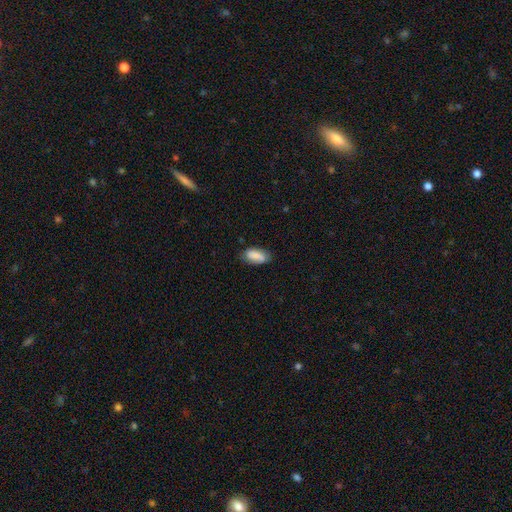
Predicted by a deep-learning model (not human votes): This appears to be a smooth galaxy with no disk features (83%) that is in between round and cigar-shaped (90%). Merging: none (75%).